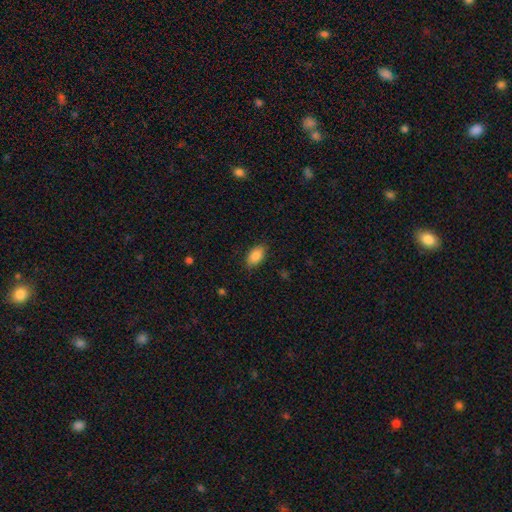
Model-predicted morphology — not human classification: Smooth or featured? smooth (87%)
How rounded? in between (93%)
Merging? none (86%)